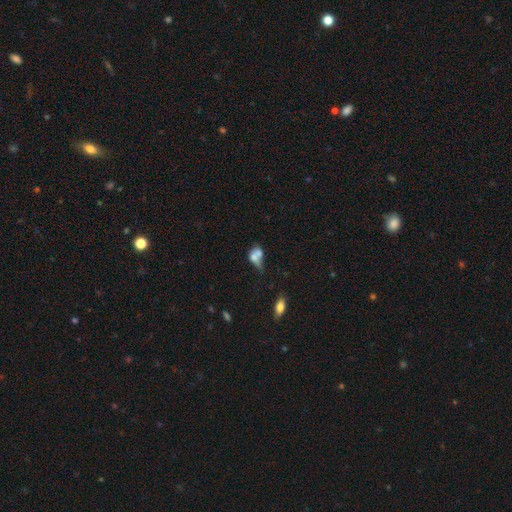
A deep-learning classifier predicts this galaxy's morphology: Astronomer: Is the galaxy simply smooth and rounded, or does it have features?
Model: smooth — 65%.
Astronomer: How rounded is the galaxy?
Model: in between — 66%.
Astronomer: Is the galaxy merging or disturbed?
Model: merger — 57%.